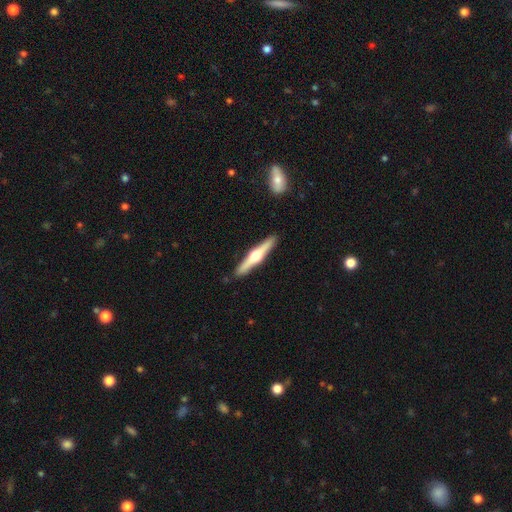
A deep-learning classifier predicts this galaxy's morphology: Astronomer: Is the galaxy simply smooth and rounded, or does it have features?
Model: featured or disk — 70%.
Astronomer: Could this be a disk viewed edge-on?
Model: yes — 98%.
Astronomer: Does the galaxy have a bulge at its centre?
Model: rounded — 95%.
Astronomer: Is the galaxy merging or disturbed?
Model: none — 91%.